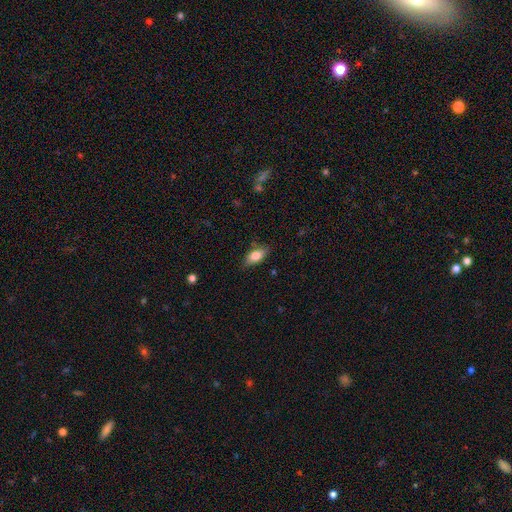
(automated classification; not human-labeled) This appears to be a smooth galaxy with no disk features (79%) that is in between round and cigar-shaped (86%). Merging: none (80%).